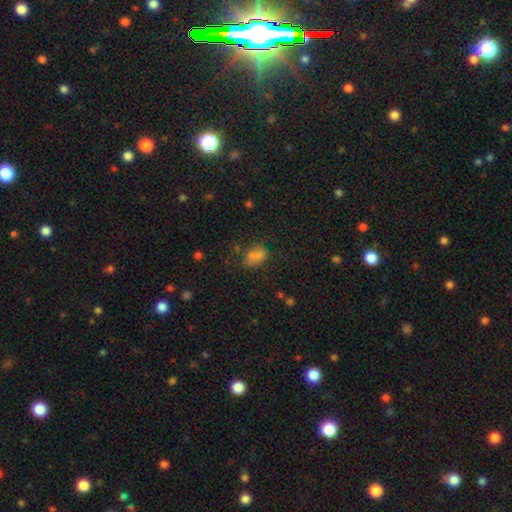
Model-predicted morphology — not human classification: Smooth or featured? smooth (74%)
How rounded? in between (81%)
Merging? none (54%)